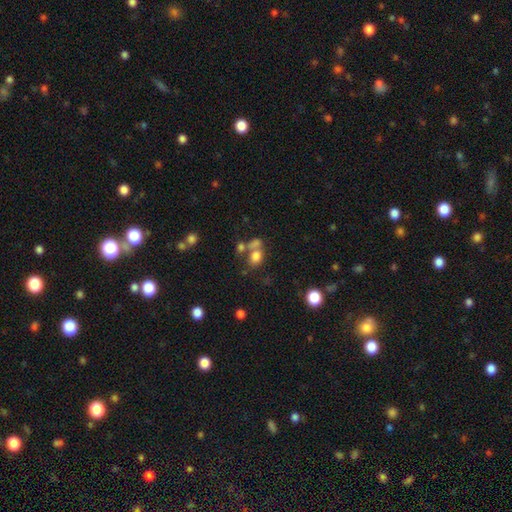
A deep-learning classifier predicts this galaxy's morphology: Overall: smooth (73%). How rounded: in between (54%; round 45%). Merging: none (43%; merger 38%).